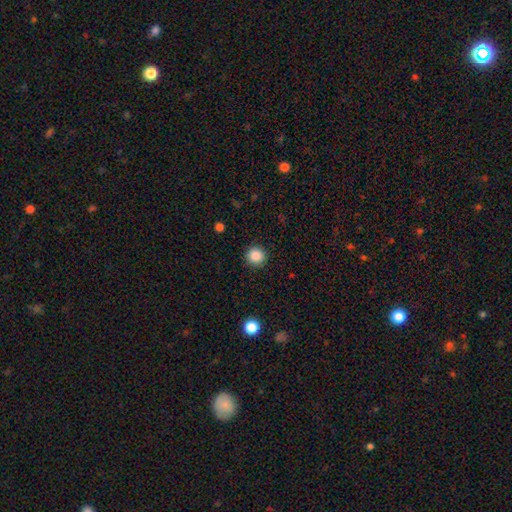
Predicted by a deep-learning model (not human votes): Morphology: type=smooth (86%); roundness=round (94%); merging=none (91%).